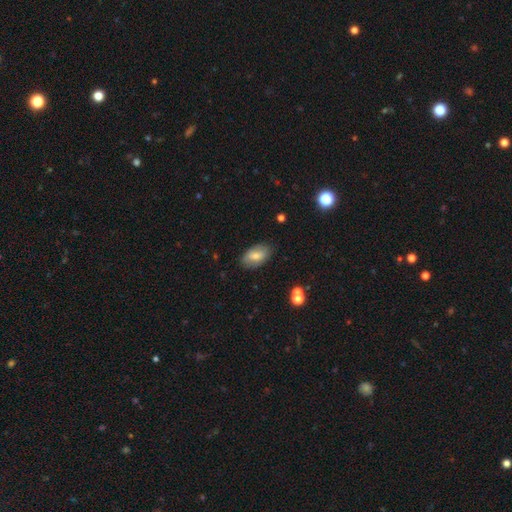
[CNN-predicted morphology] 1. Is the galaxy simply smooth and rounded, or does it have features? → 71% smooth, 22% featured or disk, 7% star or artifact.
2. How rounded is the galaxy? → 93% in between, 5% round, 2% cigar-shaped.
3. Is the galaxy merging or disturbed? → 81% none, 14% minor disturbance, 3% major disturbance, 1% merger.